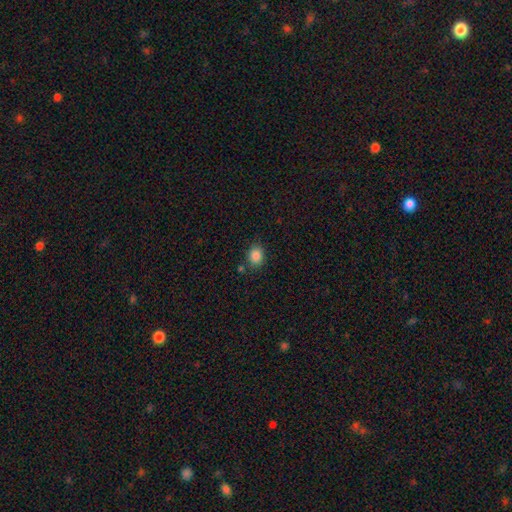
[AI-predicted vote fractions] A smooth galaxy with no disk features (86%) that is in between round and cigar-shaped (50%). Merging: none (78%).